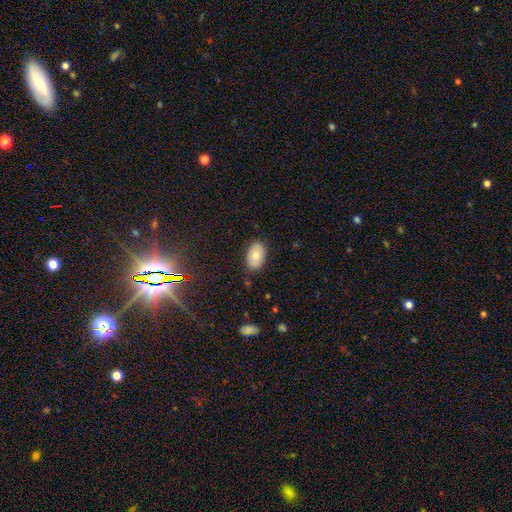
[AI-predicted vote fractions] Overall: smooth (72%). How rounded: in between (91%). Merging: none (85%).